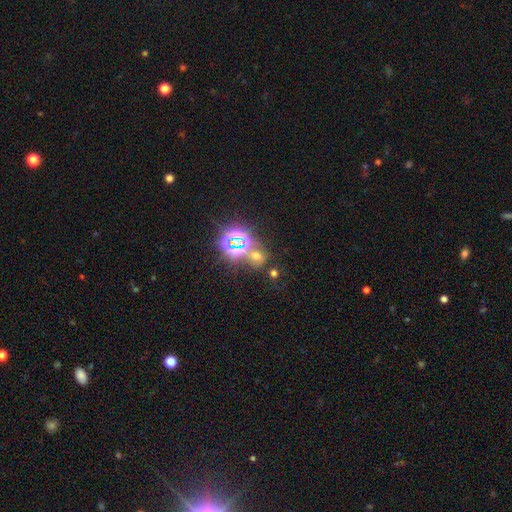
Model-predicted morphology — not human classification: type=star or artifact (53%).